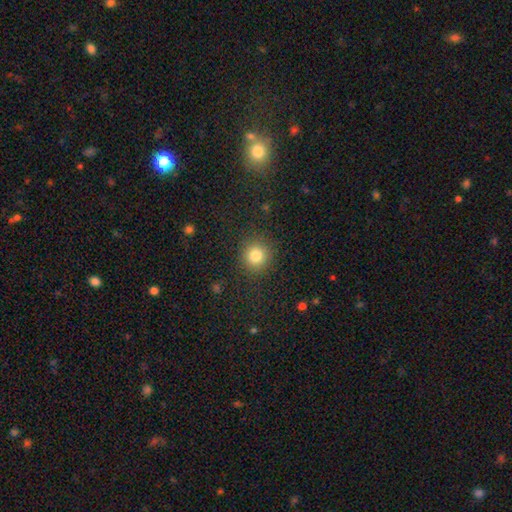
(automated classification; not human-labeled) Smooth or featured: smooth — 82% (star or artifact — 12%)
How rounded: round — 90% (in between — 9%)
Merging: none — 89% (minor disturbance — 7%)